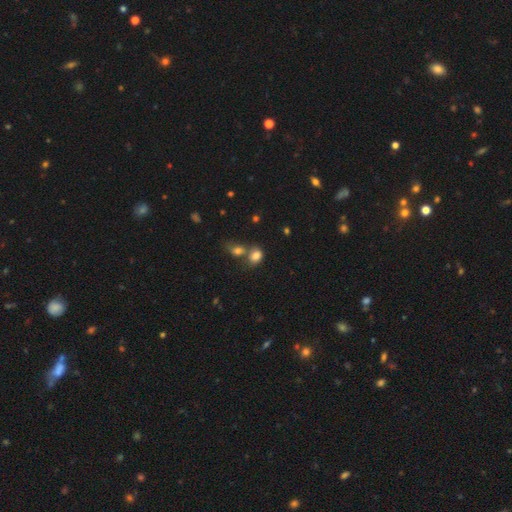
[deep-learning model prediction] Smooth or featured: smooth — 81% (star or artifact — 11%)
How rounded: in between — 65% (round — 34%)
Merging: merger — 47% (none — 38%)